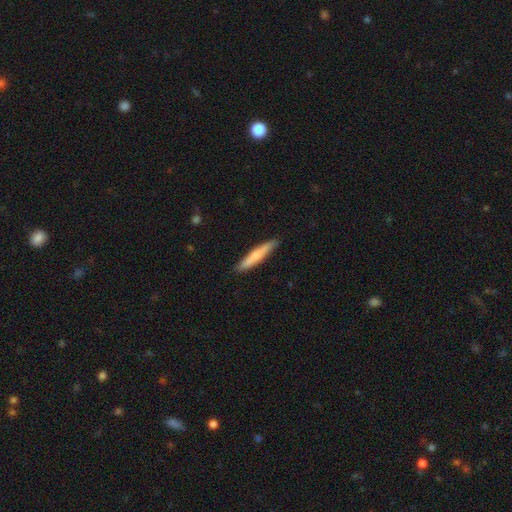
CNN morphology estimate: smooth 65%, featured or disk 29%, star or artifact 5%. Down the decision tree: how rounded — cigar-shaped (92%); merging — none (89%).